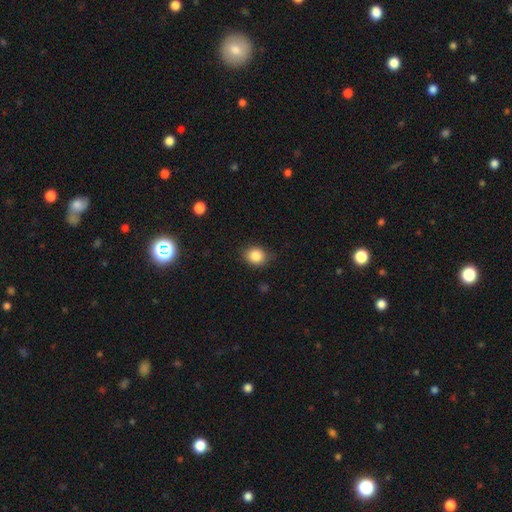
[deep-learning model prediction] This appears to be a smooth galaxy with no disk features (85%) that is round (65%). Merging: none (81%).